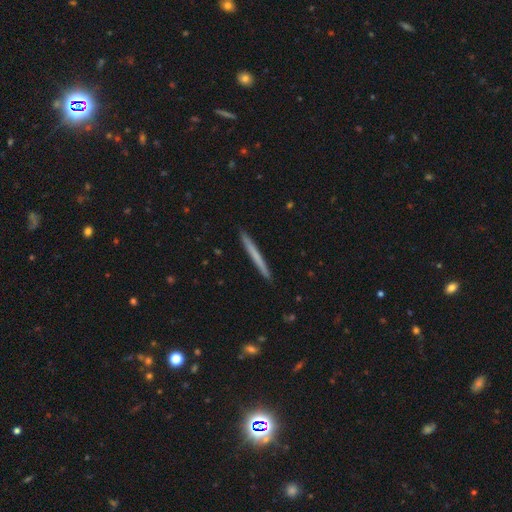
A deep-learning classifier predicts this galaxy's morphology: The model was most divided on "smooth or featured": smooth: 59%, featured or disk: 36%, star or artifact: 5%. More confident: how rounded — cigar-shaped (97%); merging — none (93%).